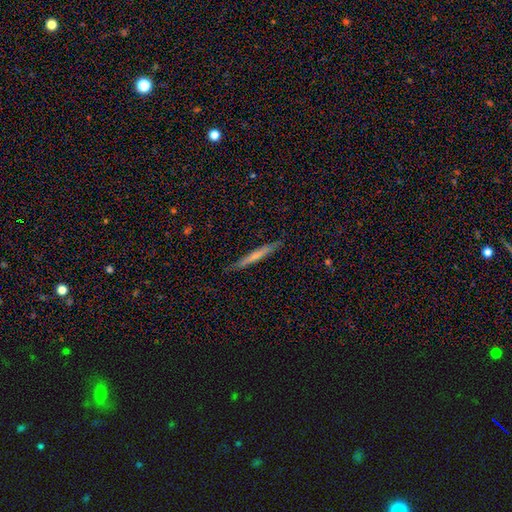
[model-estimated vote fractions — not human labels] This is possibly a smooth galaxy (48%). Merging: clearly none (86%).